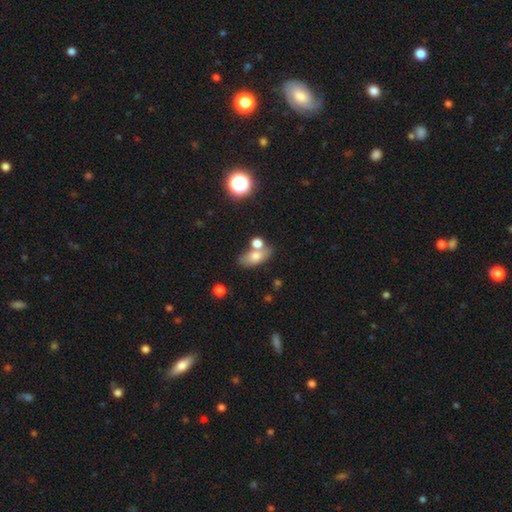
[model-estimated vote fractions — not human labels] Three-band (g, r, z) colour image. It shows a smooth galaxy with no disk features (71%) that is in between round and cigar-shaped (83%). Merging: none (52%).